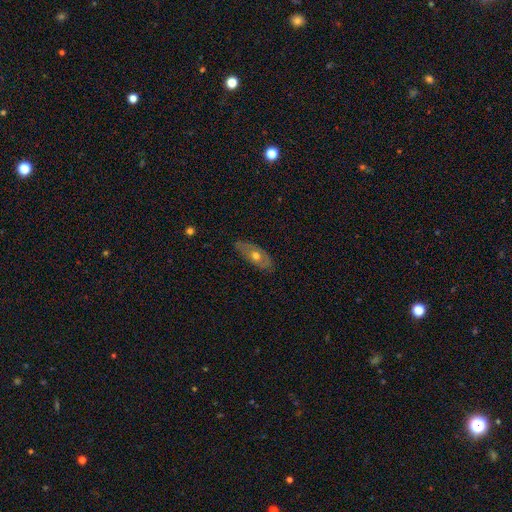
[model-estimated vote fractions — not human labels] Smooth or featured? Predicted: featured or disk (p=0.55). Edge-on disk? Predicted: no (p=0.75). Merging? Predicted: none (p=0.80).